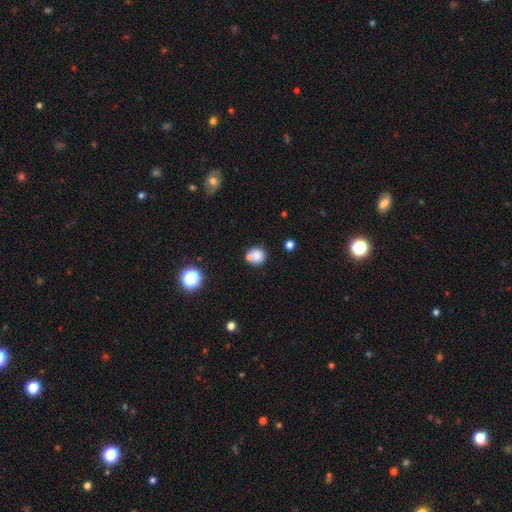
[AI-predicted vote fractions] smooth-or-featured: smooth: 80% | star or artifact: 11% | featured or disk: 9%
  how-rounded: round: 86% | in between: 13% | cigar-shaped: 1%
  merging: none: 58% | merger: 25% | minor disturbance: 13% | major disturbance: 4%